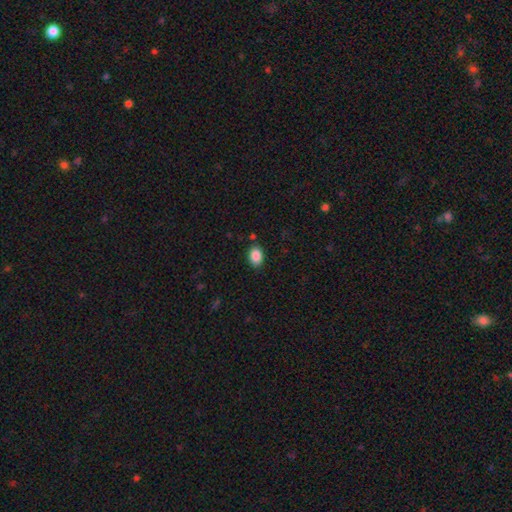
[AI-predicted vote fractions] This is clearly a smooth galaxy (88%). How rounded: likely in between (78%). Merging: clearly none (85%).